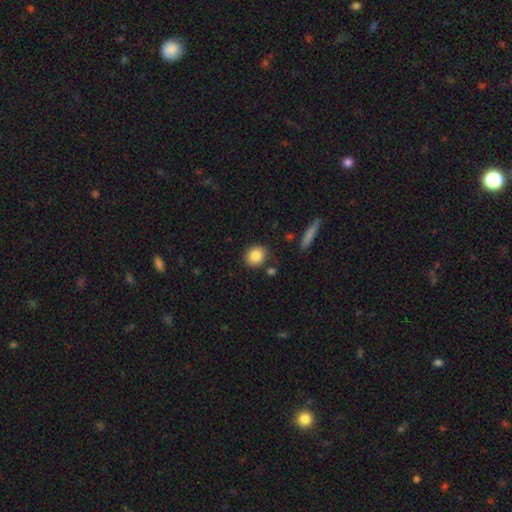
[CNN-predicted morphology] Overall: smooth (85%). How rounded: round (81%). Merging: none (83%).